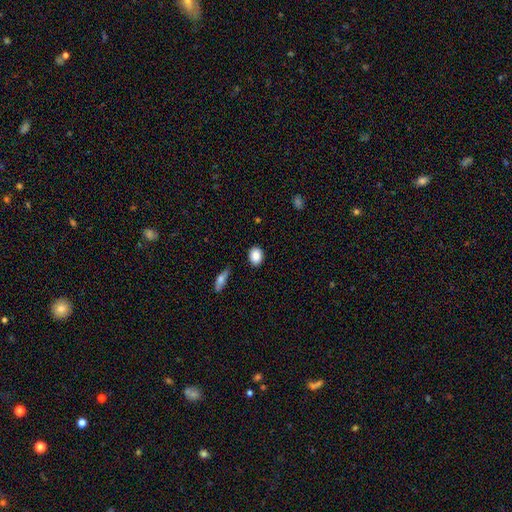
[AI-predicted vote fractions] This is clearly a smooth galaxy (87%). How rounded: possibly in between (54%). Merging: clearly none (87%).